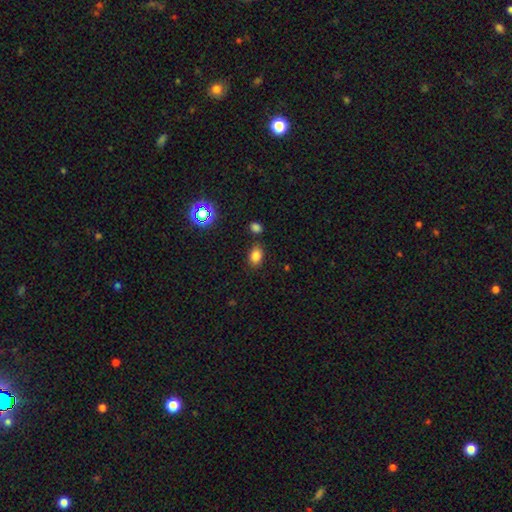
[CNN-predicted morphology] type=smooth (80%); roundness=in between (82%); merging=none (78%).